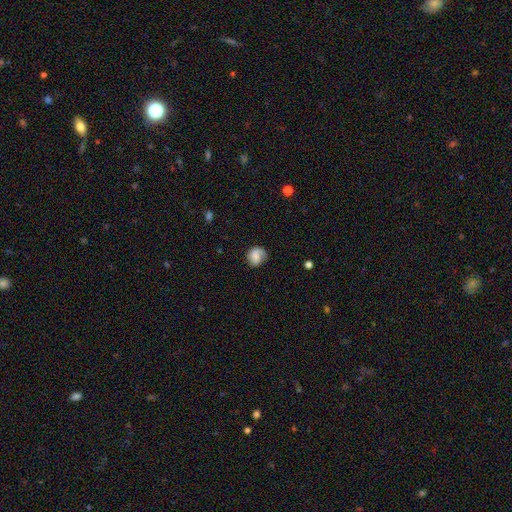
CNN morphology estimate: smooth_or_featured: smooth (p=0.59) [alt: featured or disk p=0.32]
how_rounded: round (p=0.71) [alt: in between p=0.28]
merging: none (p=0.59) [alt: minor disturbance p=0.26]